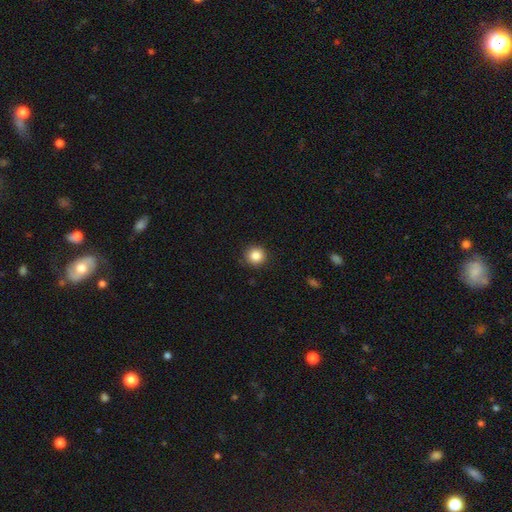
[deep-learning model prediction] smooth 86%, star or artifact 10%, featured or disk 4%. Down the decision tree: how rounded — round (94%); merging — none (91%).